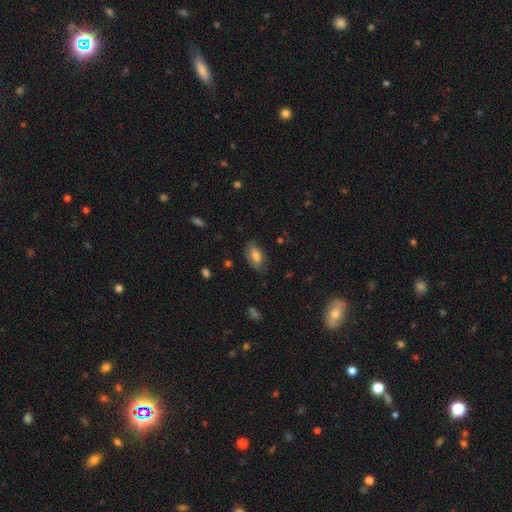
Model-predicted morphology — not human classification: The model was most divided on "smooth or featured": smooth: 72%, featured or disk: 21%, star or artifact: 8%. More confident: how rounded — in between (91%); merging — none (74%).